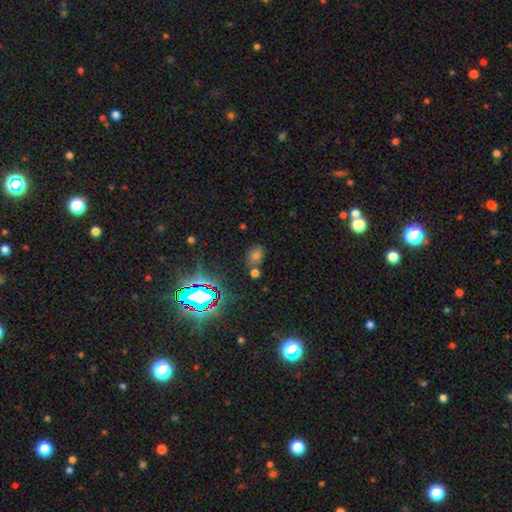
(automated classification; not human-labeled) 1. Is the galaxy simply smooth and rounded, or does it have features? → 46% star or artifact, 44% smooth, 9% featured or disk.